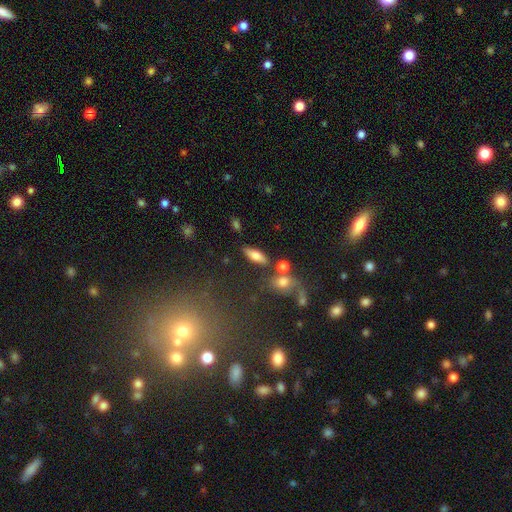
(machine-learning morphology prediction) The model was most divided on "how rounded": in between: 64%, cigar-shaped: 32%, round: 5%. More confident: merging — none (72%); smooth or featured — smooth (64%).